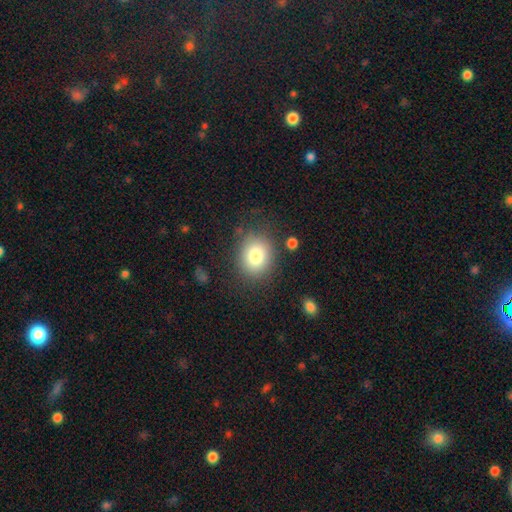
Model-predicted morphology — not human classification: Smooth or featured? smooth (81%)
How rounded? round (63%)
Merging? none (80%)